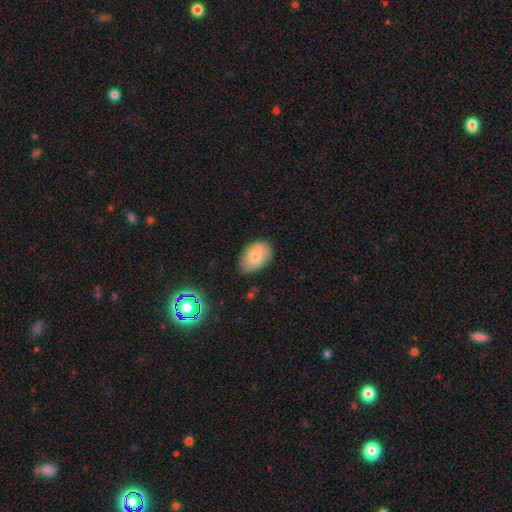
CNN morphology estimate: Smooth or featured?
  - smooth: 77% *
  - featured or disk: 15%
  - star or artifact: 8%
How rounded?
  - in between: 86% *
  - round: 13%
  - cigar-shaped: 1%
Merging?
  - none: 78% *
  - minor disturbance: 17%
  - major disturbance: 3%
  - merger: 1%